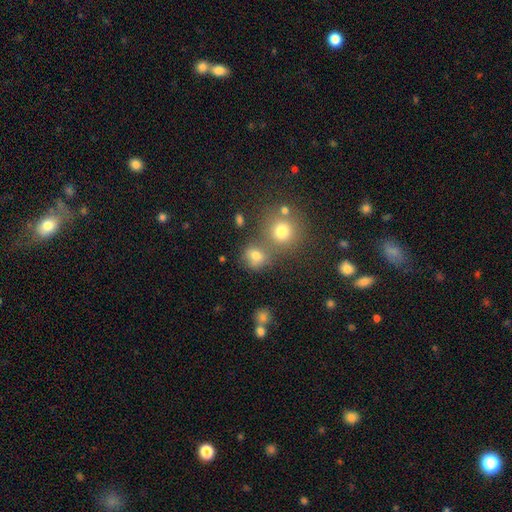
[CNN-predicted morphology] Overall: smooth (73%). How rounded: round (75%). Merging: none (57%; merger 27%).